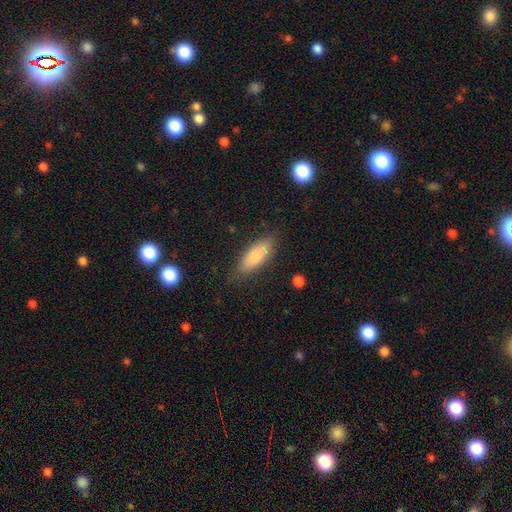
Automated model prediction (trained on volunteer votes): A smooth galaxy with no disk features (83%) that is in between round and cigar-shaped (67%).

Vote fractions:
- Smooth or featured? smooth: 83% / featured or disk: 10% / star or artifact: 6%
- How rounded? in between: 67% / cigar-shaped: 31% / round: 2%
- Merging? none: 80% / minor disturbance: 15% / major disturbance: 4% / merger: 1%